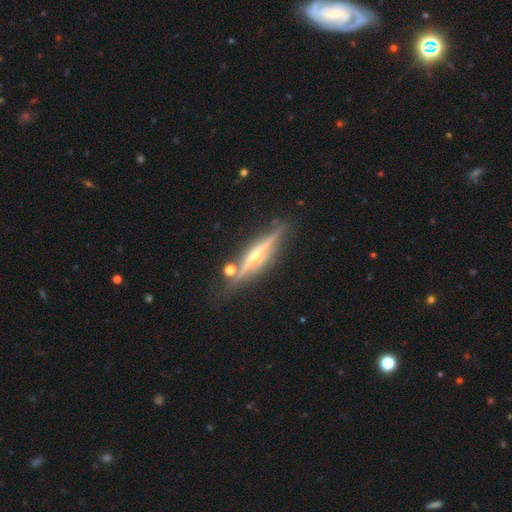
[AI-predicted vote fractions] smooth-or-featured: featured or disk: 82% | smooth: 11% | star or artifact: 7%
  disk-edge-on: yes: 97% | no: 3%
    edge-on-bulge: rounded: 81% | none: 13% | boxy: 6%
  merging: none: 82% | minor disturbance: 11% | merger: 4% | major disturbance: 3%